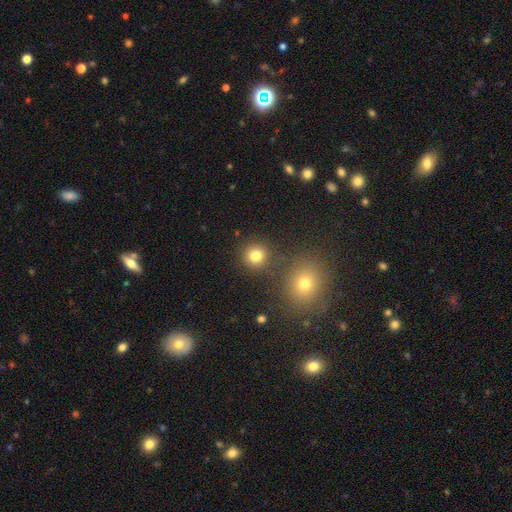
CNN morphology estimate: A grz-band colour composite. It shows a smooth galaxy with no disk features (80%) that is round (92%). Merging: none (83%).